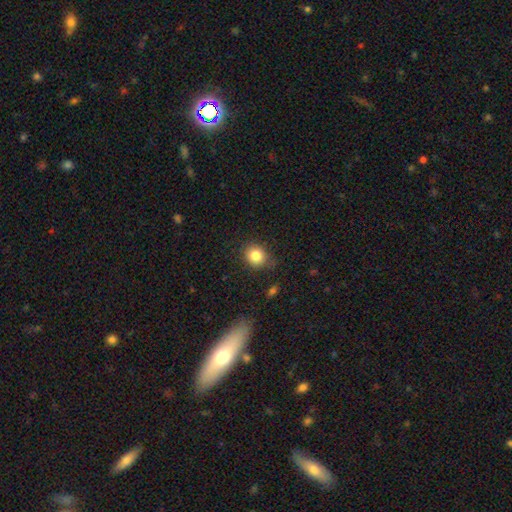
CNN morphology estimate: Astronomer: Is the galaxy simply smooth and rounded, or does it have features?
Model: smooth — 84%.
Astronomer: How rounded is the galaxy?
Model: round — 76%.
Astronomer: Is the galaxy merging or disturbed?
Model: none — 78%.